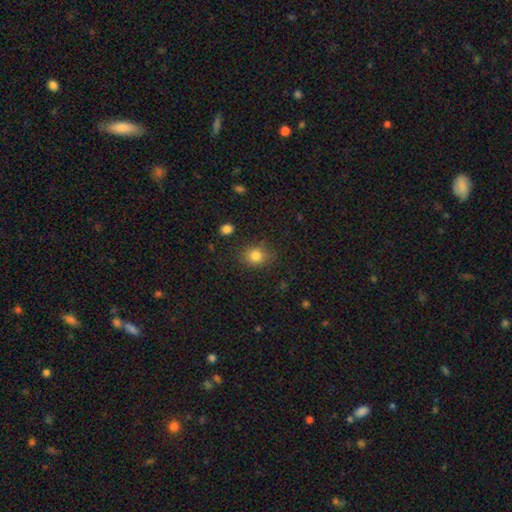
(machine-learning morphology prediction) Smooth or featured?
  - smooth: 82% *
  - star or artifact: 11%
  - featured or disk: 7%
How rounded?
  - round: 64% *
  - in between: 35%
  - cigar-shaped: 1%
Merging?
  - none: 83% *
  - minor disturbance: 12%
  - major disturbance: 4%
  - merger: 2%